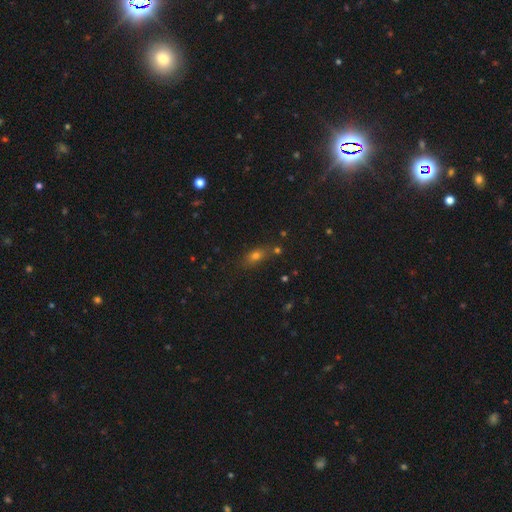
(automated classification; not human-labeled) This appears to be a smooth galaxy with no disk features (66%) that is in between round and cigar-shaped (65%). Merging: none (73%).